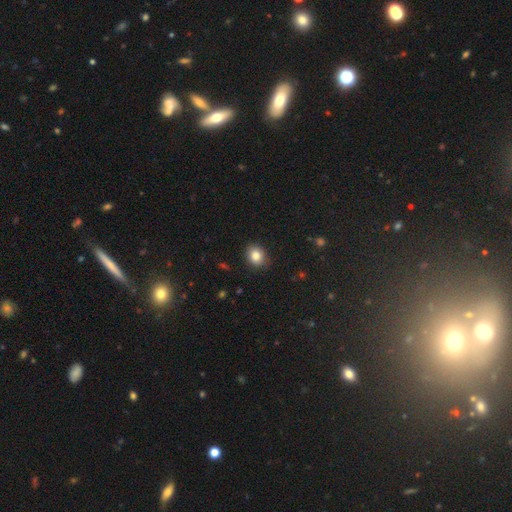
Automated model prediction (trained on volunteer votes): Morphology: type=smooth (84%); roundness=round (58%); merging=none (86%).